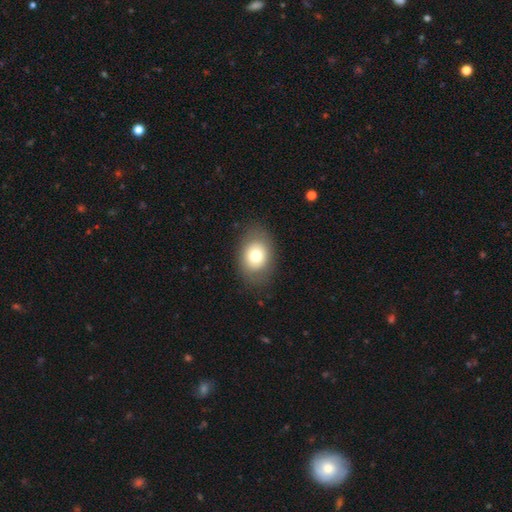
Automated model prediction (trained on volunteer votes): This appears to be a smooth galaxy with no disk features (70%) that is in between round and cigar-shaped (68%). Merging: none (81%).